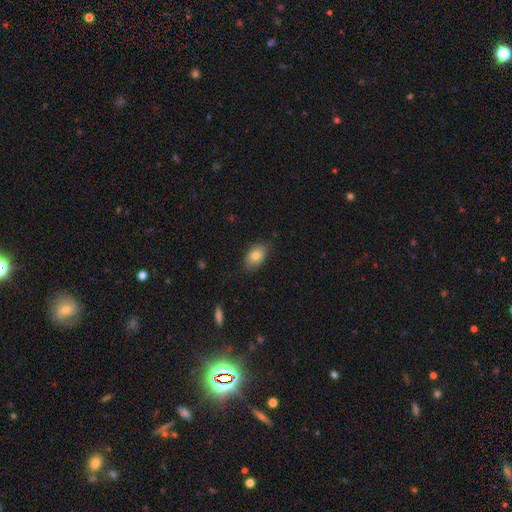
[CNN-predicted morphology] Q: Smooth or featured?
A: smooth (79%); runner-up: featured or disk (13%)
Q: How rounded?
A: in between (88%); runner-up: round (10%)
Q: Merging?
A: none (78%); runner-up: minor disturbance (18%)